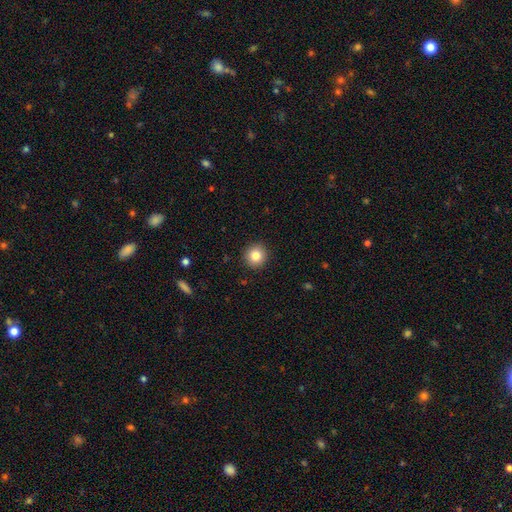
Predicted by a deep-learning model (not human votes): Morphology: type=smooth (83%); roundness=round (93%); merging=none (92%).